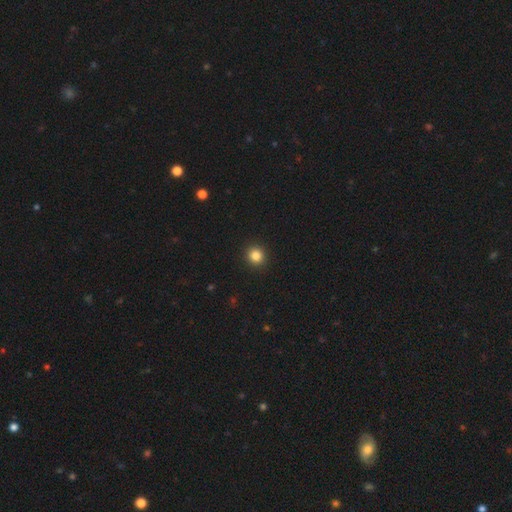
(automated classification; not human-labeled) Overall: smooth (85%). How rounded: round (90%). Merging: none (93%).